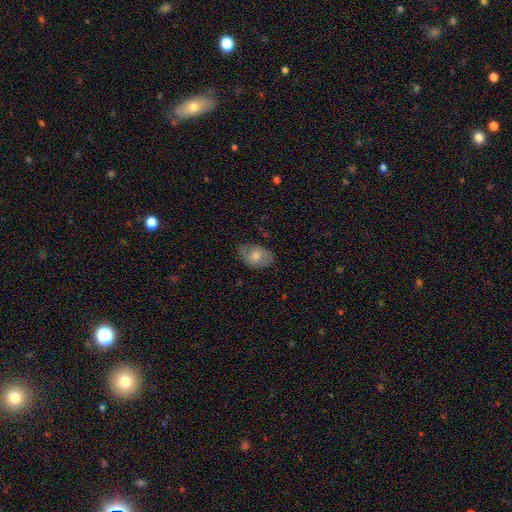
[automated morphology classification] Smooth or featured? Predicted: smooth (p=0.50). How rounded? Predicted: in between (p=0.79). Merging? Predicted: none (p=0.69).